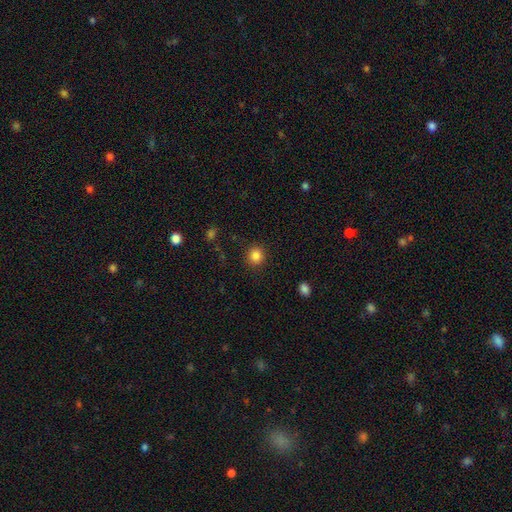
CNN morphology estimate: This appears to be a smooth galaxy with no disk features (85%) that is round (89%). Merging: none (90%).